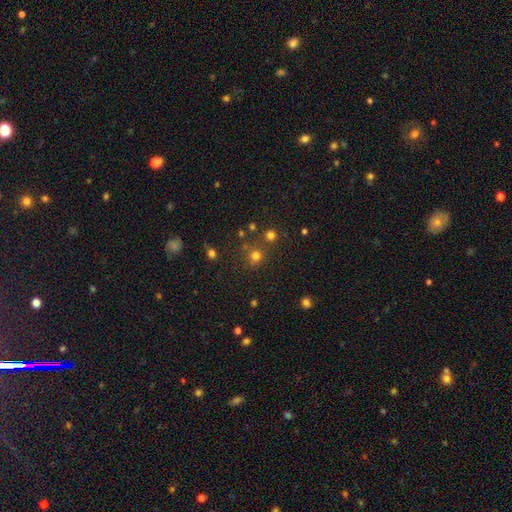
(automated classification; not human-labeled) Q: Smooth or featured?
A: smooth (71%); runner-up: star or artifact (22%)
Q: How rounded?
A: round (87%); runner-up: in between (12%)
Q: Merging?
A: none (73%); runner-up: merger (13%)